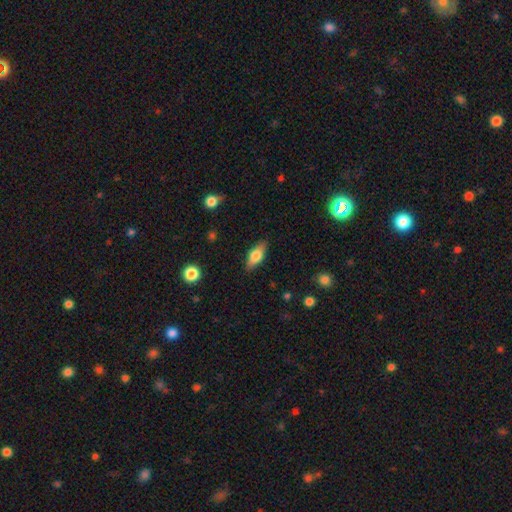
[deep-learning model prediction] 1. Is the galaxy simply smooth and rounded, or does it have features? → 64% smooth, 30% featured or disk, 7% star or artifact.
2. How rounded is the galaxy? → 73% in between, 23% cigar-shaped, 4% round.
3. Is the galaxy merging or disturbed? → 85% none, 11% minor disturbance, 2% major disturbance, 1% merger.